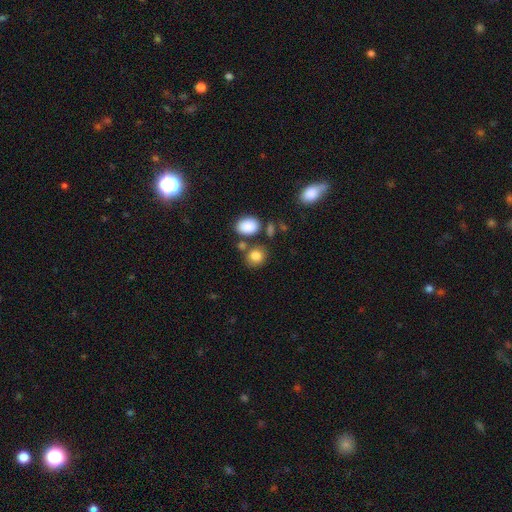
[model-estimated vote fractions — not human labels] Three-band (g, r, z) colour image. It shows a smooth galaxy with no disk features (83%) that is round (63%). Merging: none (68%).